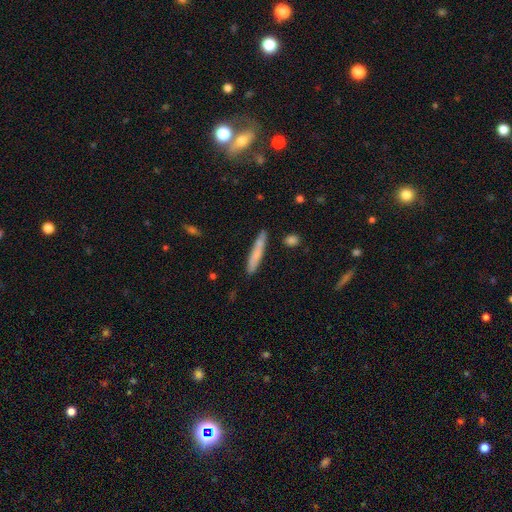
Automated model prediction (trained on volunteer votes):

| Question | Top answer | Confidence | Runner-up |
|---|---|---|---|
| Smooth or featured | smooth | 75% | featured or disk (20%) |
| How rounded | cigar-shaped | 93% | in between (6%) |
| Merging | none | 81% | minor disturbance (13%) |